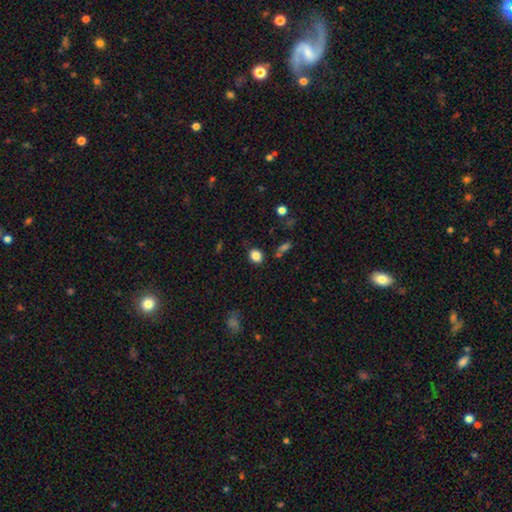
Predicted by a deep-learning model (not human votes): Smooth or featured? Predicted: smooth (p=0.85). How rounded? Predicted: round (p=0.60). Merging? Predicted: none (p=0.80).